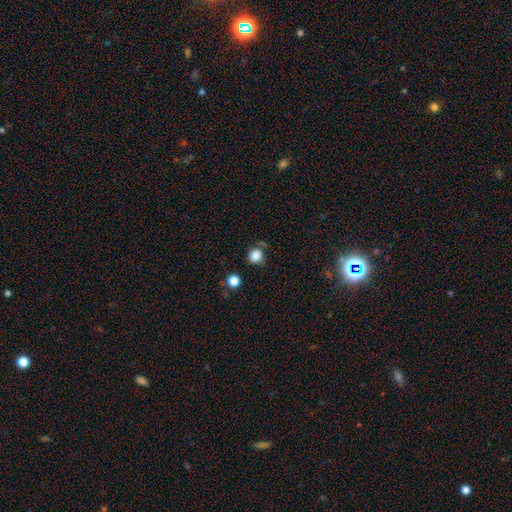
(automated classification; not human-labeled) Morphology: type=smooth (84%); roundness=round (89%); merging=none (78%).